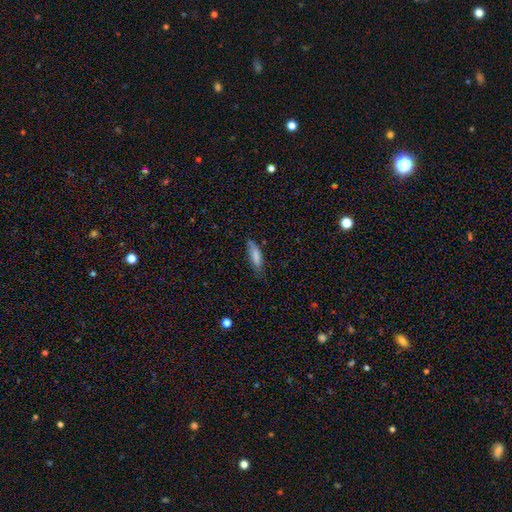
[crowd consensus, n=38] Smooth or featured?
  - smooth: 79% *
  - featured or disk: 16%
  - star or artifact: 5%
How rounded?
  - in between: 57% *
  - cigar-shaped: 43%
  - round: 0%
Merging?
  - none: 58% *
  - minor disturbance: 36%
  - major disturbance: 3%
  - merger: 3%